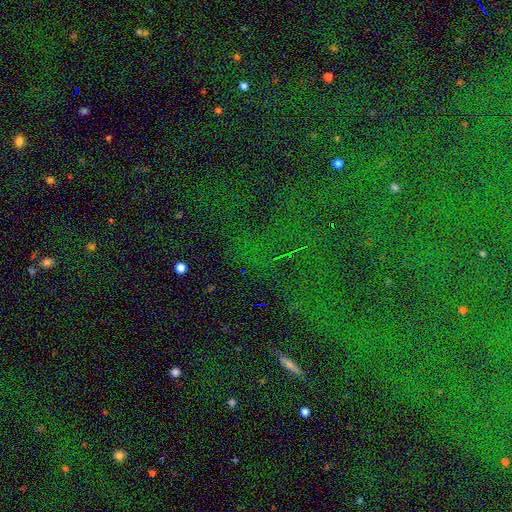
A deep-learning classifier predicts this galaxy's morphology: smooth_or_featured: star or artifact (p=0.84) [alt: smooth p=0.09]